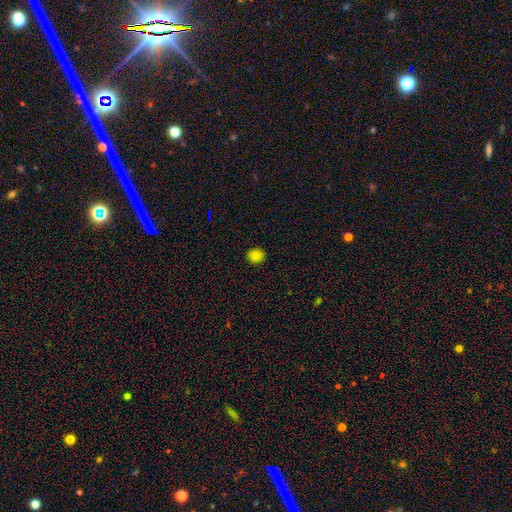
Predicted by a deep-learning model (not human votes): smooth 84%, star or artifact 13%, featured or disk 3%. Down the decision tree: how rounded — round (72%); merging — none (90%).